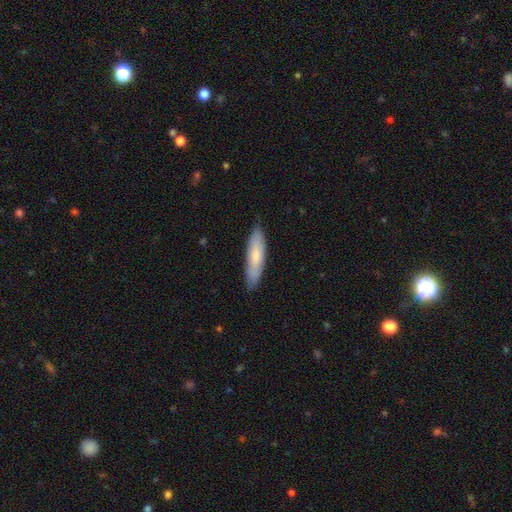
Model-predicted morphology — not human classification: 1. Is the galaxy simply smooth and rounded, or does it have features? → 72% smooth, 22% featured or disk, 5% star or artifact.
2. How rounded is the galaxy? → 66% cigar-shaped, 32% in between, 1% round.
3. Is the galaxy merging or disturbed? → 83% none, 14% minor disturbance, 2% major disturbance, 1% merger.